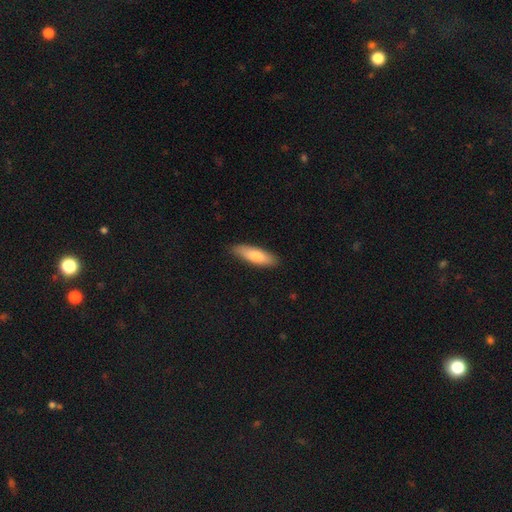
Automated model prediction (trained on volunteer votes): The model was most divided on "how rounded": cigar-shaped: 57%, in between: 42%, round: 2%. More confident: merging — none (87%); smooth or featured — smooth (77%).